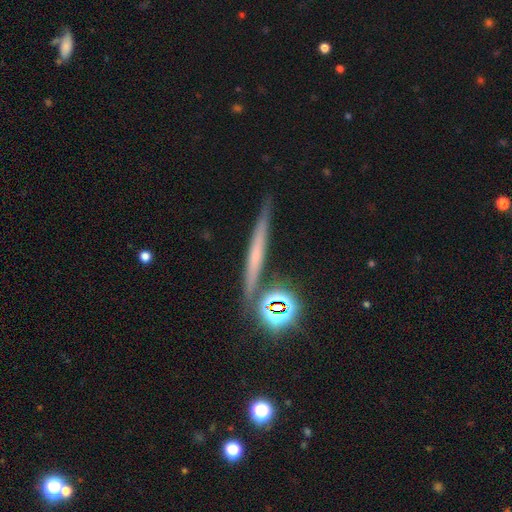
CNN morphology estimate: type=featured or disk (41%); merging=none (83%).